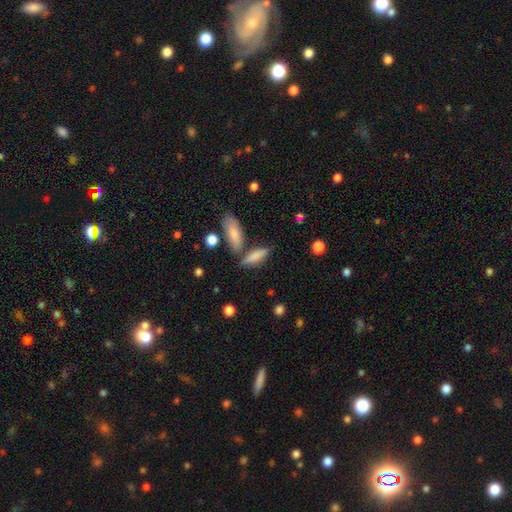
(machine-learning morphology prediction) This is likely a smooth galaxy (74%). How rounded: possibly cigar-shaped (56%). Merging: likely none (64%).